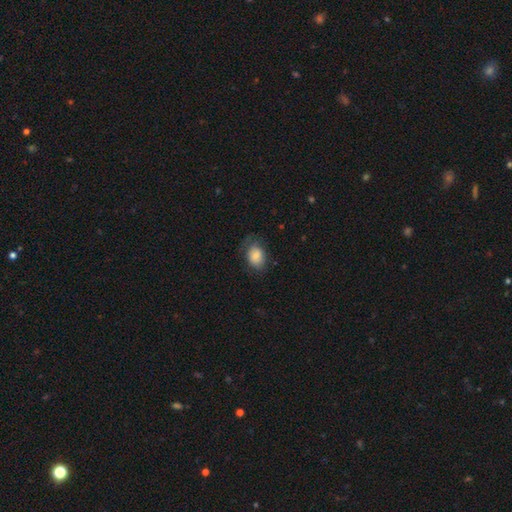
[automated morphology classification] Smooth or featured: smooth — 78% (featured or disk — 14%)
How rounded: in between — 69% (round — 30%)
Merging: none — 63% (minor disturbance — 24%)